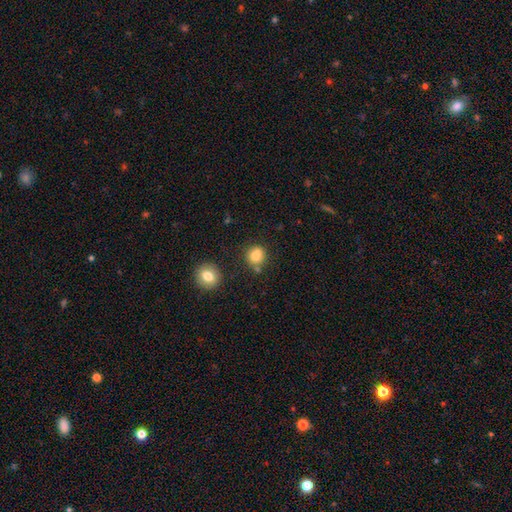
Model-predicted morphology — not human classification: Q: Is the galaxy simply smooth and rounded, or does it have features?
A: smooth — 77%.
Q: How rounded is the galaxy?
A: round — 87%.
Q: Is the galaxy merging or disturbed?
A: none — 68%.